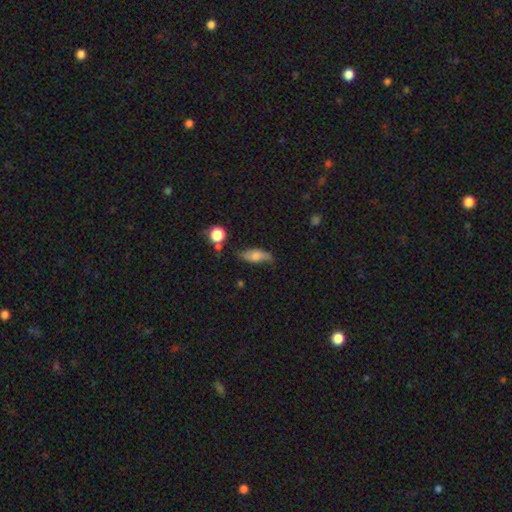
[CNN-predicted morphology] type=smooth (55%); roundness=in between (71%); merging=none (56%).